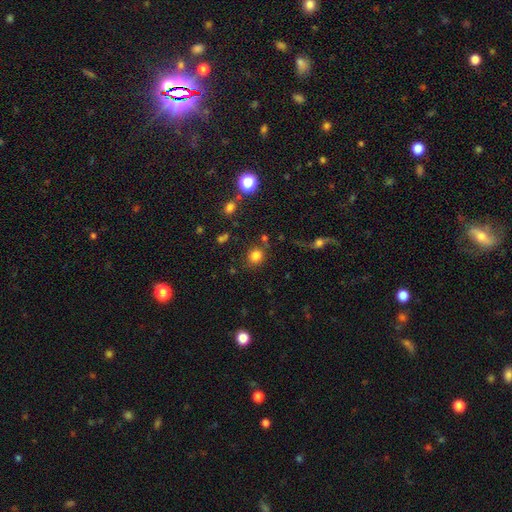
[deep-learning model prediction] Q: Smooth or featured?
A: smooth (81%); runner-up: star or artifact (13%)
Q: How rounded?
A: round (78%); runner-up: in between (21%)
Q: Merging?
A: none (79%); runner-up: minor disturbance (10%)